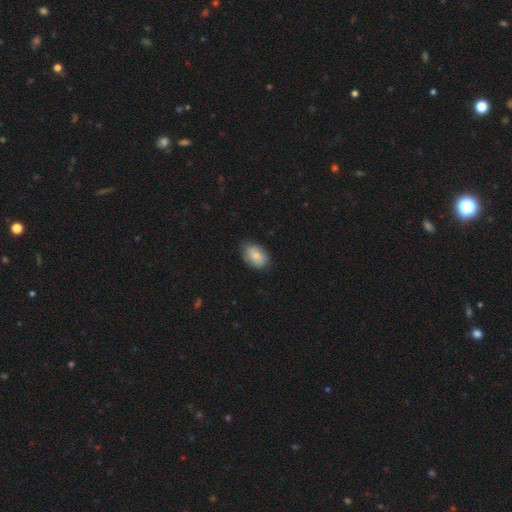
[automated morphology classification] A smooth galaxy with no disk features (79%) that is in between round and cigar-shaped (81%). Merging: none (79%).